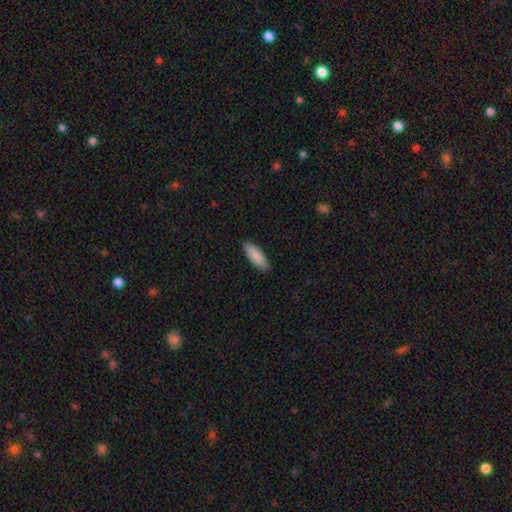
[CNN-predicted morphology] smooth-or-featured: smooth: 90% | featured or disk: 5% | star or artifact: 5%
  how-rounded: in between: 67% | cigar-shaped: 31% | round: 1%
  merging: none: 88% | minor disturbance: 10% | major disturbance: 2% | merger: 1%